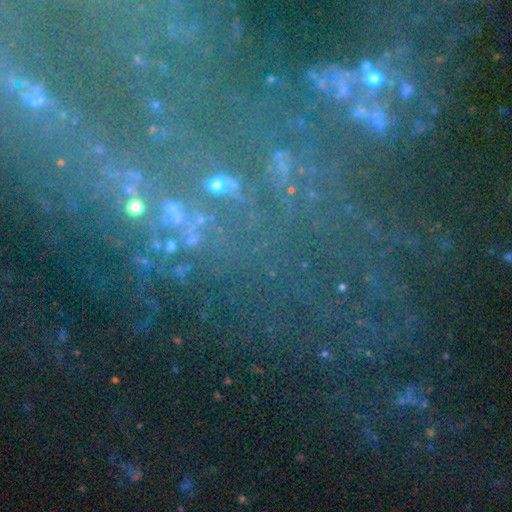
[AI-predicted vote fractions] Smooth or featured: star or artifact — 56% (featured or disk — 31%)